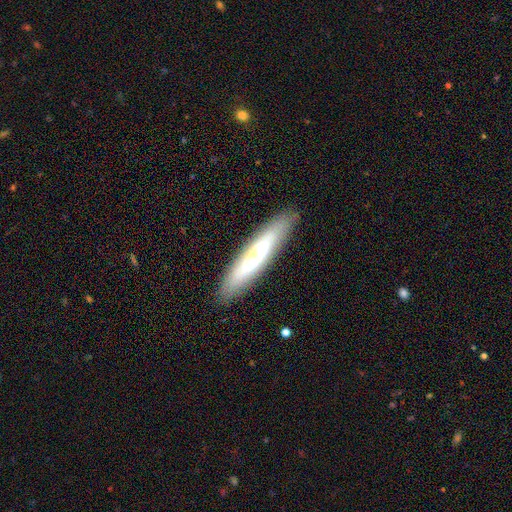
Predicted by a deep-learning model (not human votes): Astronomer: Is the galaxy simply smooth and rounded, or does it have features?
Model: smooth — 53% (runner-up: featured or disk, 40%).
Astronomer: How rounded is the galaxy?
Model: cigar-shaped — 89%.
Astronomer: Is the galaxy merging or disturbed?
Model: none — 86%.